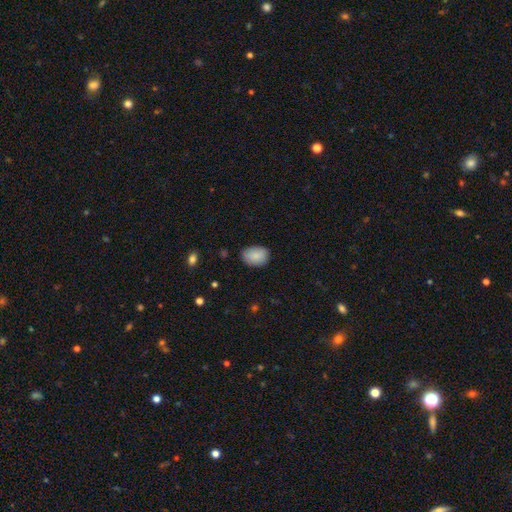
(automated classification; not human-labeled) A smooth galaxy with no disk features (86%) that is in between round and cigar-shaped (75%). Merging: none (75%).